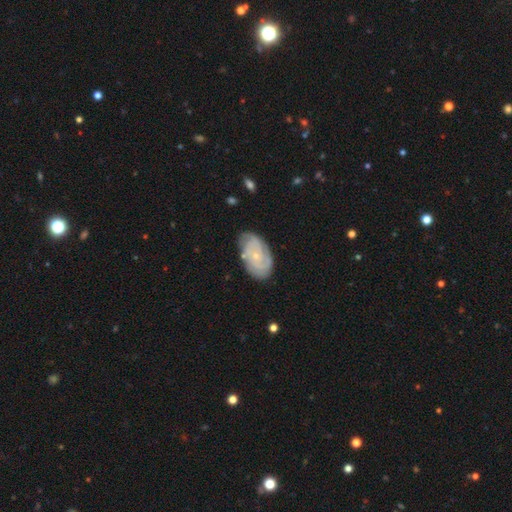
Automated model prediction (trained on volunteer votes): Overall: featured or disk (75%). Edge-on disk: no (96%). Bar: no (75%). Spiral arms: yes (92%). Spiral arm count: can't tell (33%; 2 27%). Spiral winding: tight (64%; medium 28%). Bulge size: small (78%). Merging: none (75%).